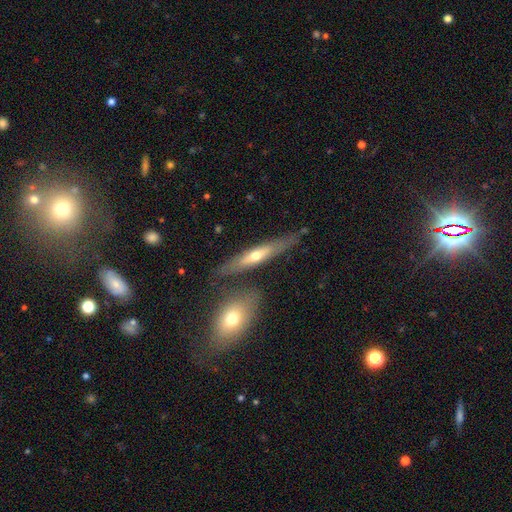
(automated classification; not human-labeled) Smooth or featured: featured or disk — 53% (smooth — 41%)
Edge-on disk: yes — 83% (no — 17%)
Merging: none — 77% (minor disturbance — 13%)